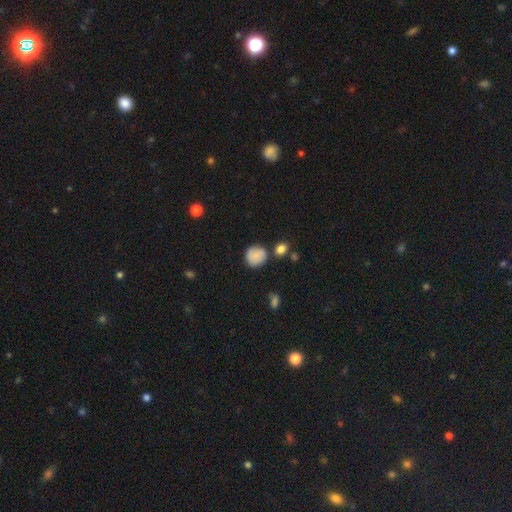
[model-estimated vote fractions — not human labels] The model was most divided on "merging": none: 68%, minor disturbance: 18%, merger: 9%, major disturbance: 5%. More confident: how rounded — round (83%); smooth or featured — smooth (82%).